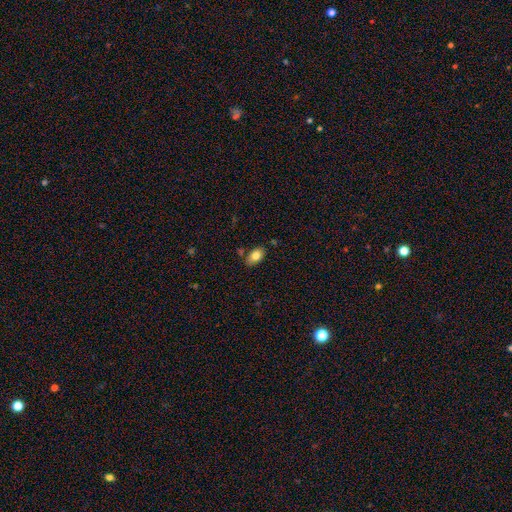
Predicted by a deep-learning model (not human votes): This is clearly a smooth galaxy (80%). How rounded: clearly in between (89%). Merging: likely none (79%).